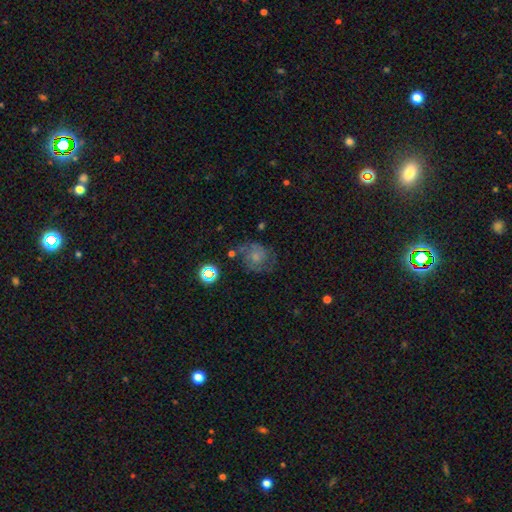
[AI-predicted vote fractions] Q: Smooth or featured?
A: smooth (44%); runner-up: featured or disk (42%)
Q: Merging?
A: none (55%); runner-up: minor disturbance (24%)